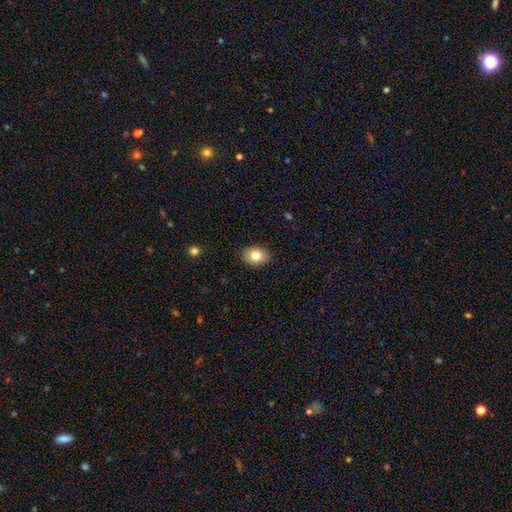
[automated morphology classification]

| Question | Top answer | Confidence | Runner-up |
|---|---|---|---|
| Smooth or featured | smooth | 81% | featured or disk (11%) |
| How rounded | in between | 69% | round (30%) |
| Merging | none | 88% | minor disturbance (9%) |